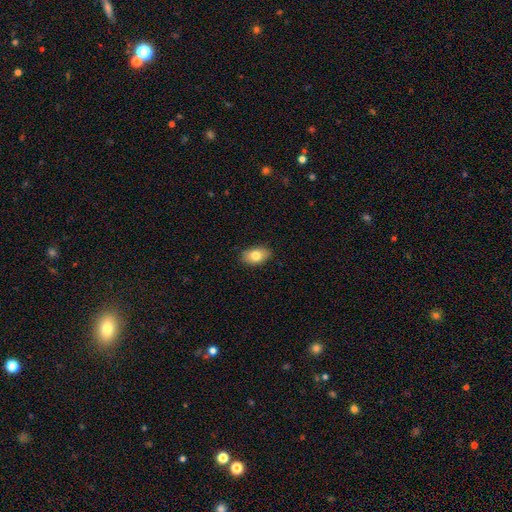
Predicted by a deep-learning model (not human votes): Morphology: type=smooth (79%); roundness=in between (89%); merging=none (86%).